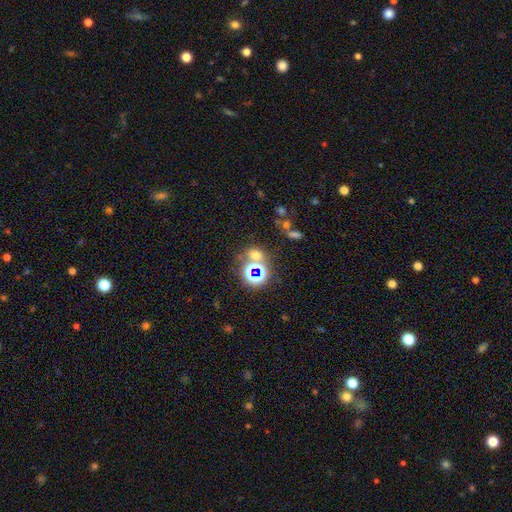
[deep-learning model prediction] A smooth galaxy with no disk features (47%).

Vote fractions:
- Smooth or featured? smooth: 47% / star or artifact: 44% / featured or disk: 10%
- Merging? none: 59% / merger: 25% / minor disturbance: 10% / major disturbance: 6%